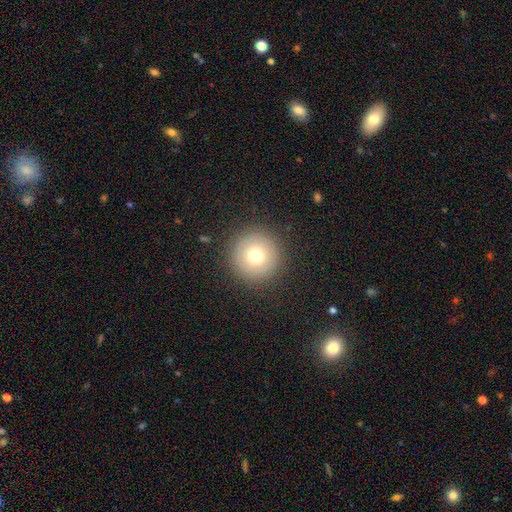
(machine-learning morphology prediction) Smooth or featured? Predicted: smooth (p=0.73). How rounded? Predicted: round (p=0.96). Merging? Predicted: none (p=0.90).